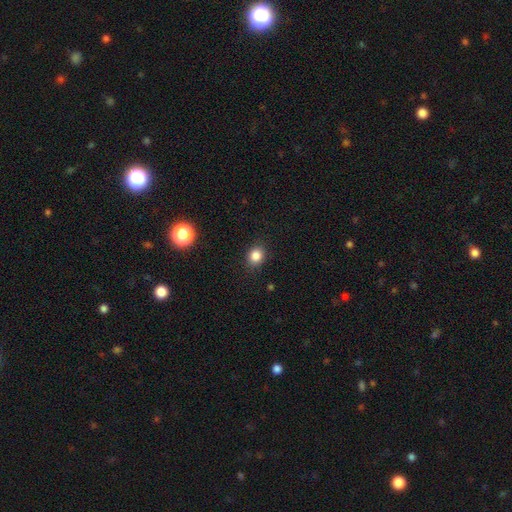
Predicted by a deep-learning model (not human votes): smooth_or_featured: smooth (p=0.84) [alt: star or artifact p=0.12]
how_rounded: round (p=0.68) [alt: in between p=0.31]
merging: none (p=0.89) [alt: minor disturbance p=0.08]